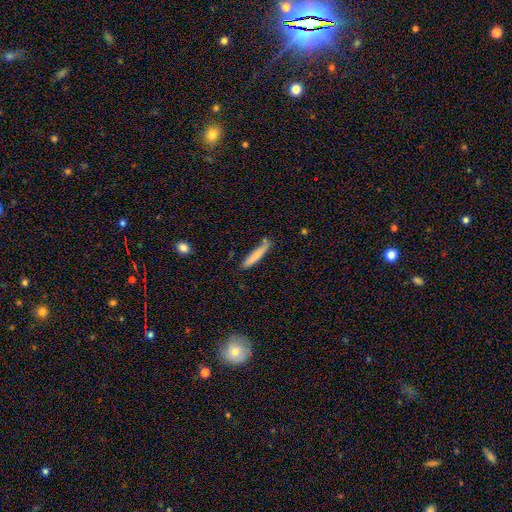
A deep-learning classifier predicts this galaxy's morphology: type=smooth (77%); roundness=cigar-shaped (92%); merging=none (69%).